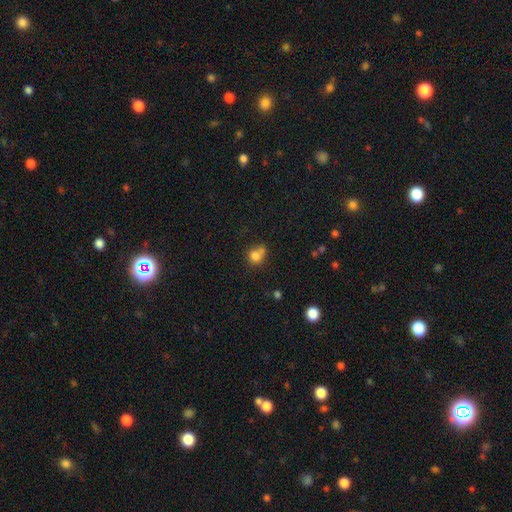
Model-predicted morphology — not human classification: Overall: smooth (78%). How rounded: round (74%). Merging: none (40%; merger 36%).